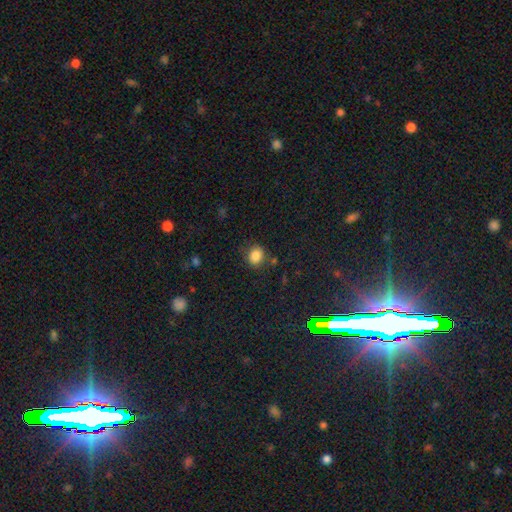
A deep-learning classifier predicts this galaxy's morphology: Smooth or featured: smooth — 84% (star or artifact — 11%)
How rounded: round — 65% (in between — 34%)
Merging: none — 78% (minor disturbance — 13%)